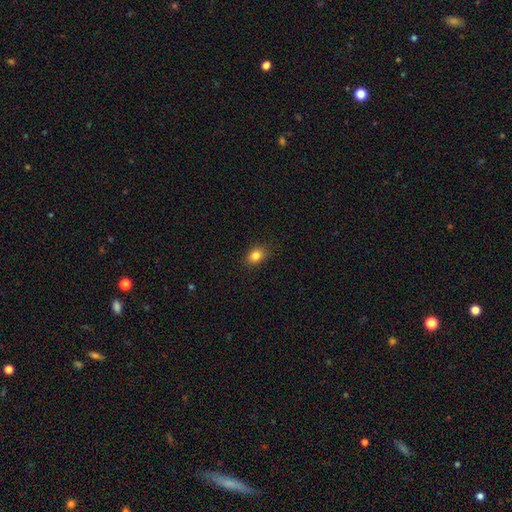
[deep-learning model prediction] The model was most divided on "how rounded": in between: 63%, round: 36%, cigar-shaped: 1%. More confident: merging — none (87%); smooth or featured — smooth (83%).